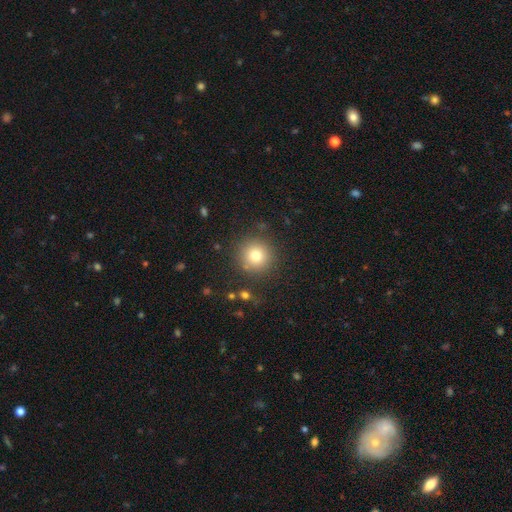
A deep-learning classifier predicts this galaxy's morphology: Smooth or featured: smooth — 77% (star or artifact — 13%)
How rounded: round — 95% (in between — 4%)
Merging: none — 87% (minor disturbance — 8%)